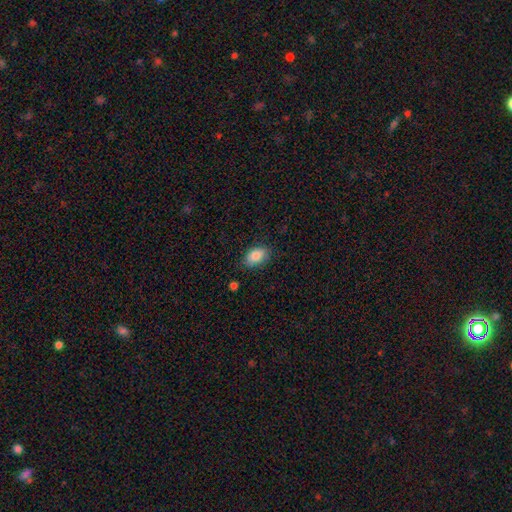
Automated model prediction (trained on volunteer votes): A smooth galaxy with no disk features (85%) that is in between round and cigar-shaped (87%).

Vote fractions:
- Smooth or featured? smooth: 85% / featured or disk: 8% / star or artifact: 8%
- How rounded? in between: 87% / round: 11% / cigar-shaped: 2%
- Merging? none: 81% / minor disturbance: 14% / major disturbance: 3% / merger: 1%